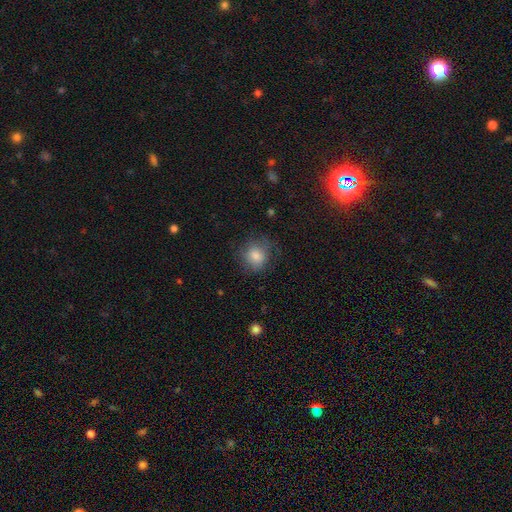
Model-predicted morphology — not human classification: Overall: smooth (80%). How rounded: round (78%). Merging: none (69%).